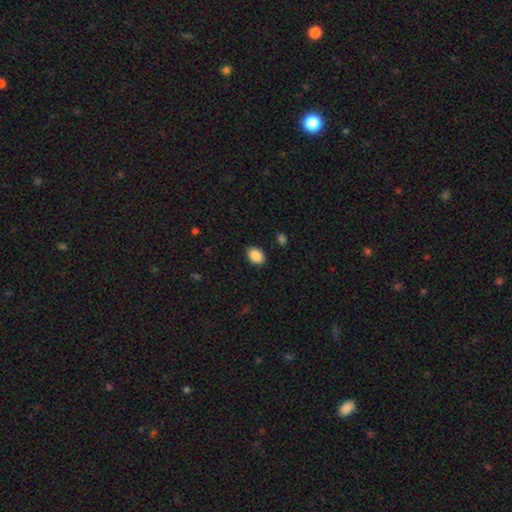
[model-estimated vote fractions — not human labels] Overall: smooth (89%). How rounded: in between (78%). Merging: none (88%).